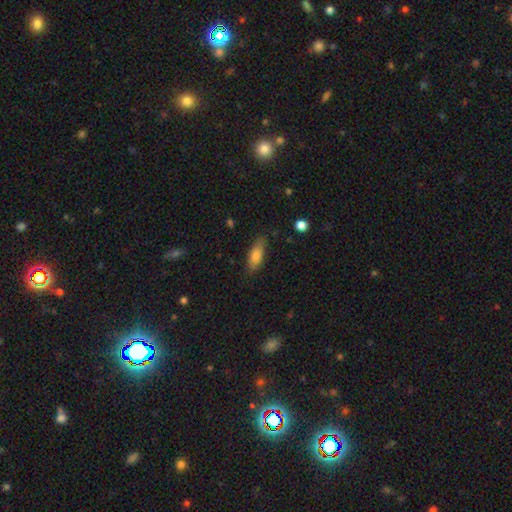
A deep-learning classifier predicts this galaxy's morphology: A smooth galaxy with no disk features (80%) that is in between round and cigar-shaped (65%).

Vote fractions:
- Smooth or featured? smooth: 80% / featured or disk: 13% / star or artifact: 7%
- How rounded? in between: 65% / cigar-shaped: 33% / round: 2%
- Merging? none: 77% / minor disturbance: 18% / major disturbance: 4% / merger: 1%